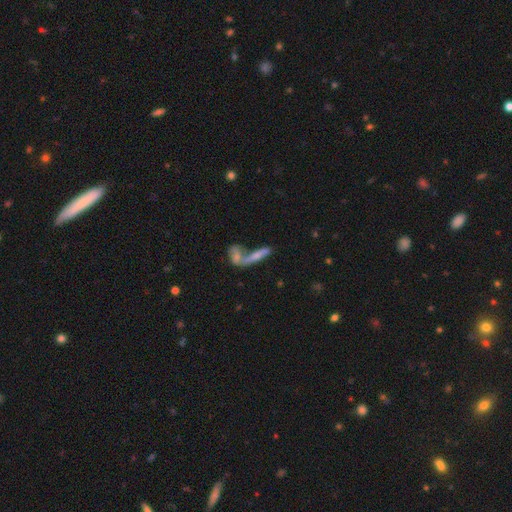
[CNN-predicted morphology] smooth 52%, featured or disk 36%, star or artifact 12%. Down the decision tree: how rounded — cigar-shaped (71%); merging — merger (56%).